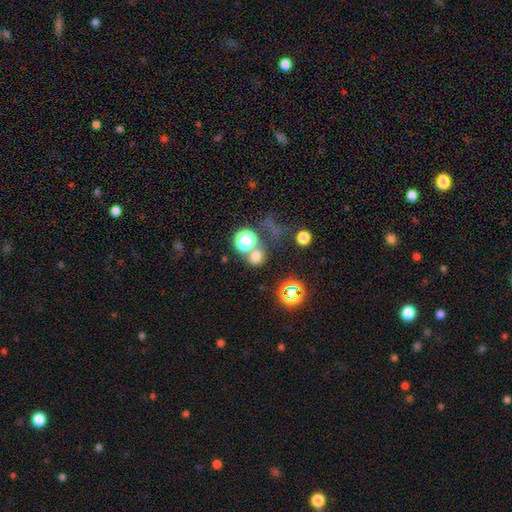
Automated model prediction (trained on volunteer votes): smooth_or_featured: smooth (p=0.63) [alt: star or artifact p=0.27]
how_rounded: round (p=0.73) [alt: in between p=0.26]
merging: none (p=0.55) [alt: merger p=0.28]